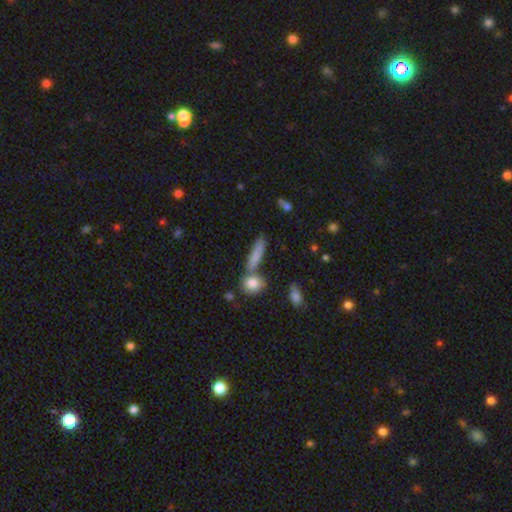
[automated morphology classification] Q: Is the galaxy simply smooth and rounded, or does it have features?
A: smooth — 79%.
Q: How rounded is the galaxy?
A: cigar-shaped — 69%.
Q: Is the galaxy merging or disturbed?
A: none — 63%.